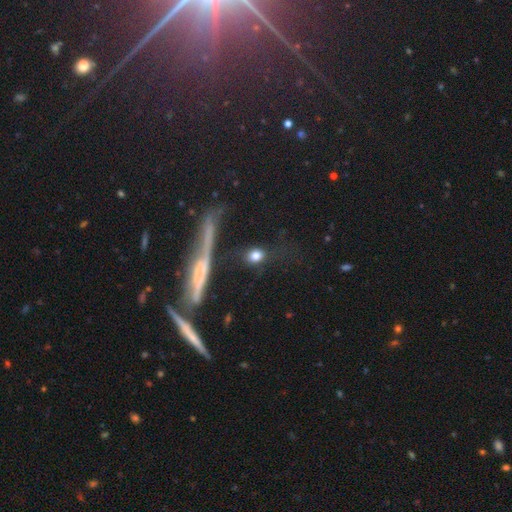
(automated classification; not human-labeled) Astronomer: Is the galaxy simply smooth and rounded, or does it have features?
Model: smooth — 76%.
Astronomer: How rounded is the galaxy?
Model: round — 51% (runner-up: in between, 41%).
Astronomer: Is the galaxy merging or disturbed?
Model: none — 70%.